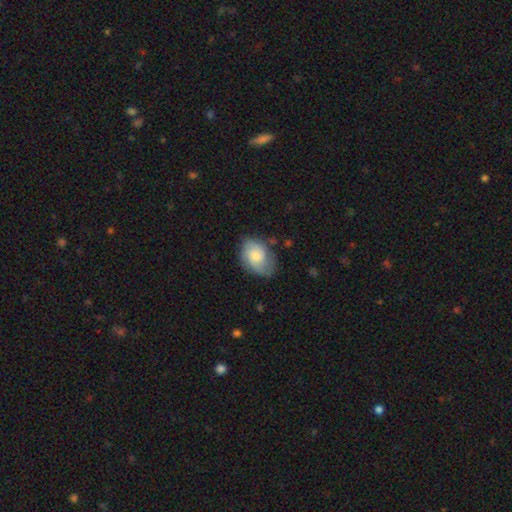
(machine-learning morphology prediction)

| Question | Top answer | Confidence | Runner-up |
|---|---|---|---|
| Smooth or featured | smooth | 52% | featured or disk (41%) |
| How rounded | in between | 71% | round (28%) |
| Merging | none | 60% | minor disturbance (28%) |